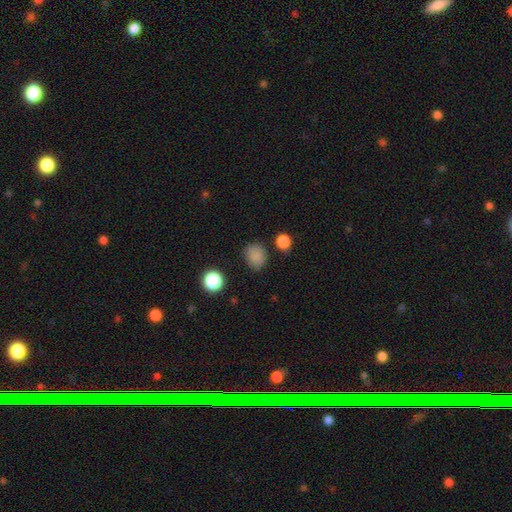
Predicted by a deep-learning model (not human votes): This is clearly a smooth galaxy (83%). How rounded: likely round (64%). Merging: likely none (78%).